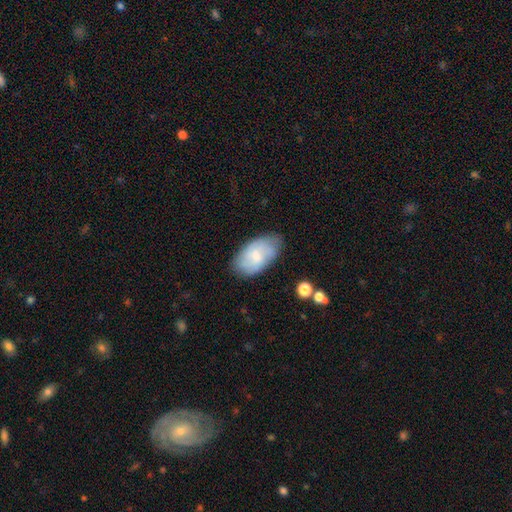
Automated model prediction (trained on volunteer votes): This is likely a smooth galaxy (62%). How rounded: clearly in between (94%). Merging: likely none (69%).